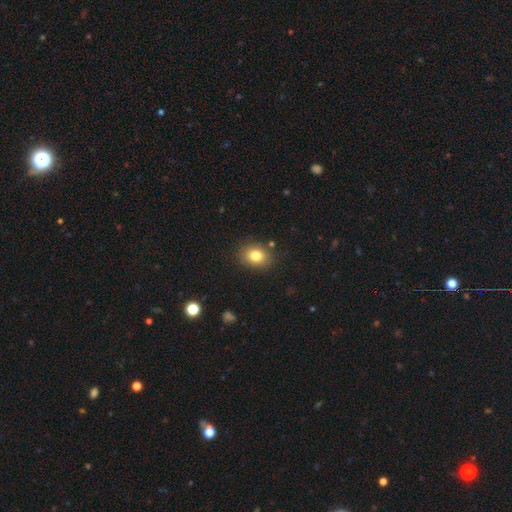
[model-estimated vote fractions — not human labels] This is clearly a smooth galaxy (80%). How rounded: possibly round (50%). Merging: clearly none (84%).